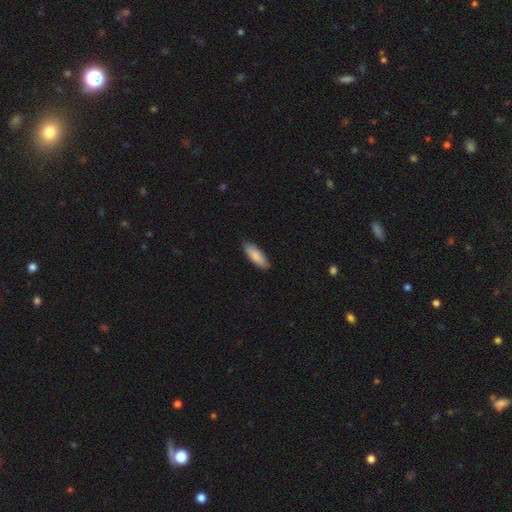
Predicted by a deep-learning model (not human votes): smooth-or-featured: smooth: 87% | featured or disk: 8% | star or artifact: 5%
  how-rounded: in between: 66% | cigar-shaped: 33% | round: 2%
  merging: none: 84% | minor disturbance: 13% | major disturbance: 2% | merger: 1%